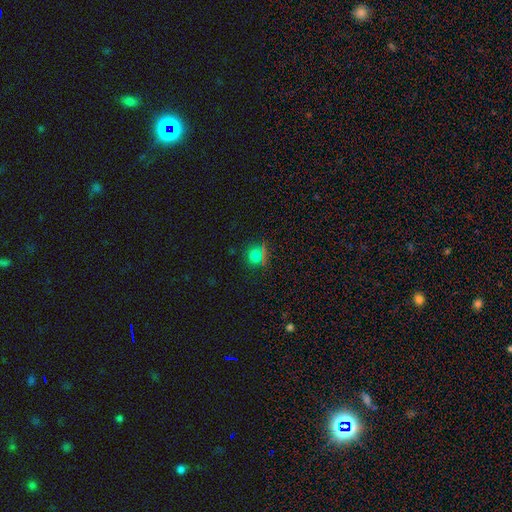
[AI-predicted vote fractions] This appears to be a smooth galaxy with no disk features (65%) that is round (89%). Merging: none (82%).